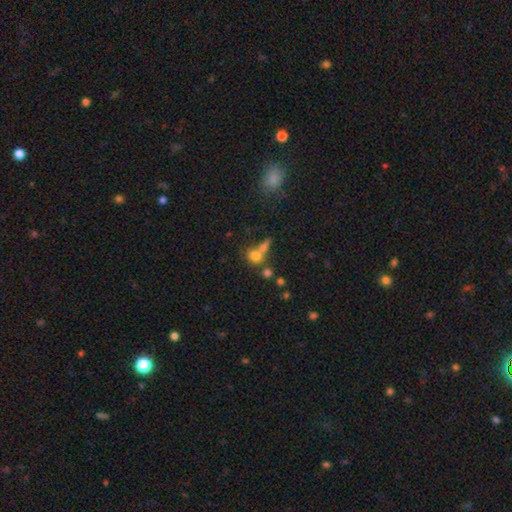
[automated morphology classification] Smooth or featured? Predicted: smooth (p=0.74). How rounded? Predicted: round (p=0.70). Merging? Predicted: merger (p=0.43).